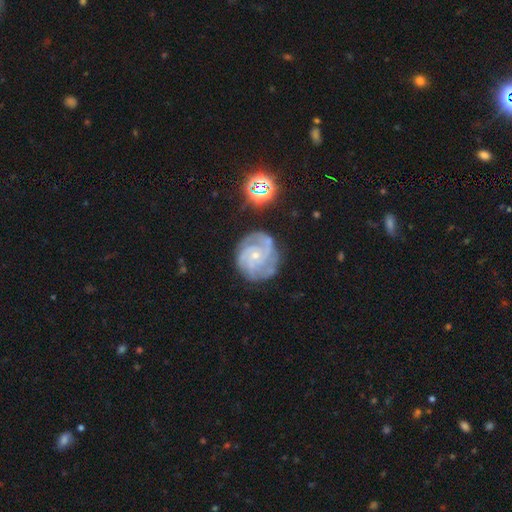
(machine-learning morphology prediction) smooth-or-featured: featured or disk: 87% | star or artifact: 7% | smooth: 6%
  disk-edge-on: no: 98% | yes: 2%
    bar: no: 74% | weak: 21% | strong: 4%
    has-spiral-arms: yes: 97% | no: 3%
      spiral-winding: tight: 63% | medium: 32% | loose: 5%
      spiral-arm-count: 3: 39% | 4: 21% | 2: 14% | can't tell: 14% | more than 4: 5% | 1: 5%
    bulge-size: small: 79% | moderate: 17% | none: 2% | large: 1% | dominant: 1%
  merging: none: 75% | minor disturbance: 17% | major disturbance: 6% | merger: 2%